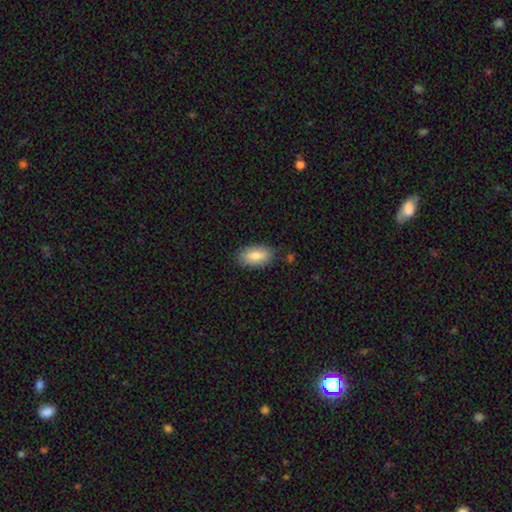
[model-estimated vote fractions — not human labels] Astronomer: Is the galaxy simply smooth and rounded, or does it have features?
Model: smooth — 82%.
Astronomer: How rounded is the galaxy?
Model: in between — 91%.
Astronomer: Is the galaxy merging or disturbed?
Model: none — 83%.